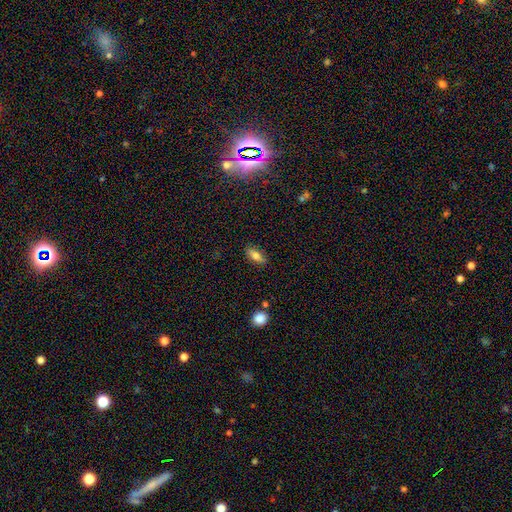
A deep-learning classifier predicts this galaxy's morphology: smooth 73%, featured or disk 19%, star or artifact 8%. Down the decision tree: how rounded — in between (75%); merging — none (85%).